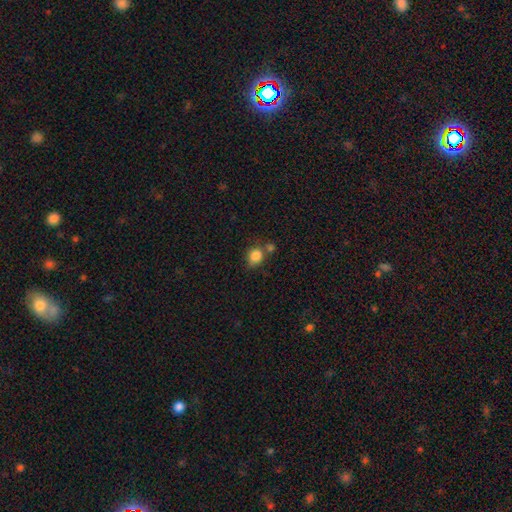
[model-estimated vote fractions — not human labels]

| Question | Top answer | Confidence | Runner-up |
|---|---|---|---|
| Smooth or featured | smooth | 84% | star or artifact (10%) |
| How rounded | round | 68% | in between (31%) |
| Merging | none | 54% | merger (25%) |